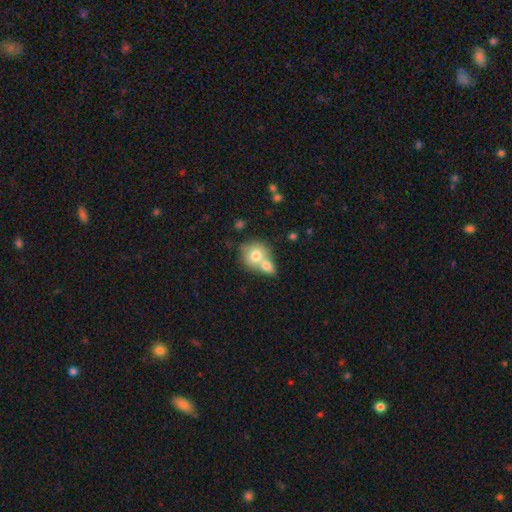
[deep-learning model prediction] A smooth galaxy with no disk features (72%) that is round (71%).

Vote fractions:
- Smooth or featured? smooth: 72% / featured or disk: 20% / star or artifact: 8%
- How rounded? round: 71% / in between: 28% / cigar-shaped: 1%
- Merging? merger: 64% / none: 26% / minor disturbance: 7% / major disturbance: 3%